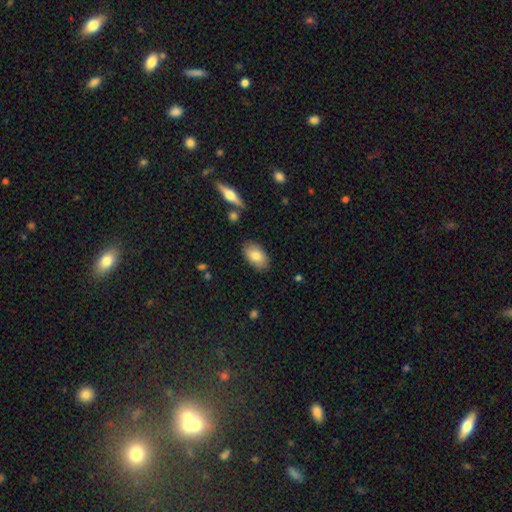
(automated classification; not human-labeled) This appears to be a smooth galaxy with no disk features (79%) that is in between round and cigar-shaped (93%). Merging: none (85%).